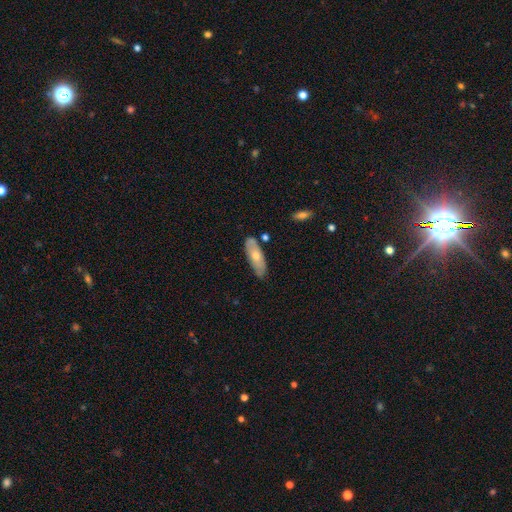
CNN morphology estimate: The model was most divided on "smooth or featured": smooth: 48%, featured or disk: 46%, star or artifact: 7%. More confident: merging — none (78%).